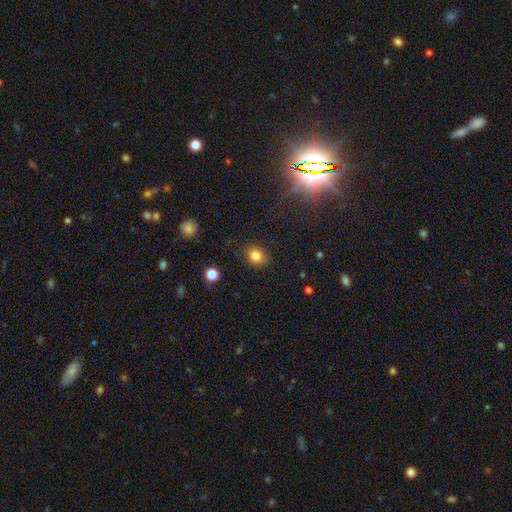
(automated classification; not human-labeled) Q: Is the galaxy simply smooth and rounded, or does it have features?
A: smooth — 82%.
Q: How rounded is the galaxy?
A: round — 67%.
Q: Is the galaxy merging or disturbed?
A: none — 85%.